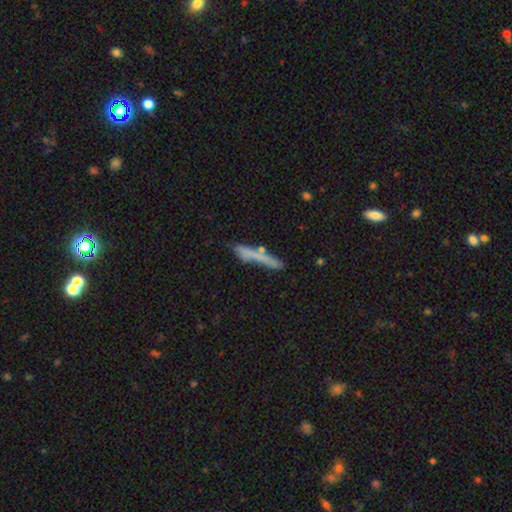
featured or disk 49%, smooth 41%, star or artifact 10%. Down the decision tree: edge-on disk — yes (84%); edge-on bulge — none (75%); merging — none (54%).